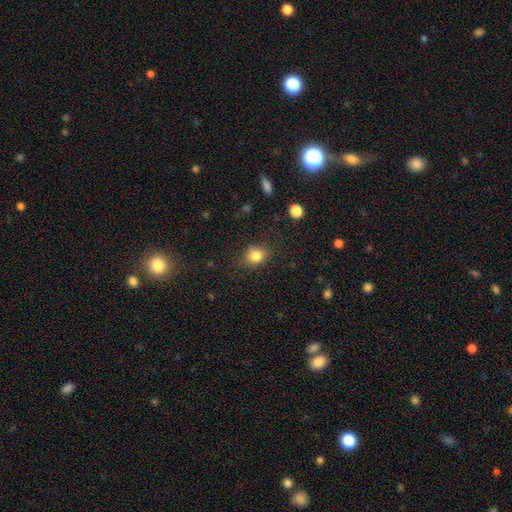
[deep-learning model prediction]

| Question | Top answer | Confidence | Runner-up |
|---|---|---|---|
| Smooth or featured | smooth | 82% | star or artifact (11%) |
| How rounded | round | 64% | in between (35%) |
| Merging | none | 79% | minor disturbance (15%) |